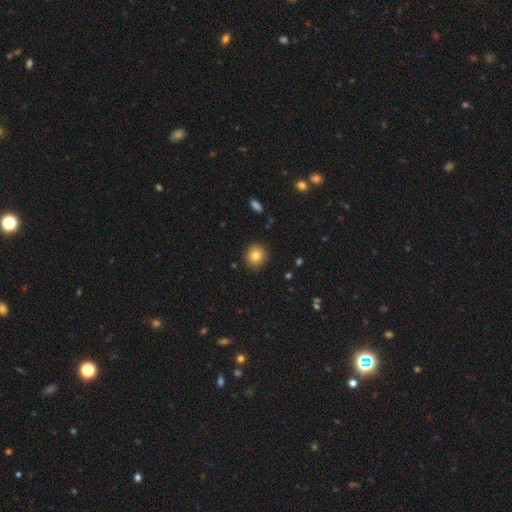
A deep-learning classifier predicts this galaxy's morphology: Overall: smooth (80%). How rounded: round (92%). Merging: none (91%).